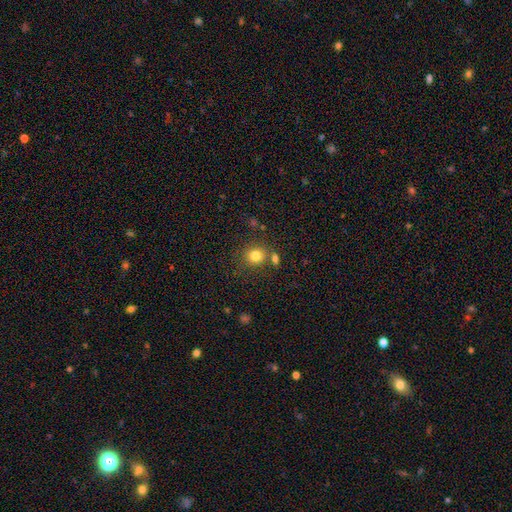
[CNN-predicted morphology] smooth 81%, star or artifact 12%, featured or disk 7%. Down the decision tree: how rounded — round (79%); merging — none (71%).